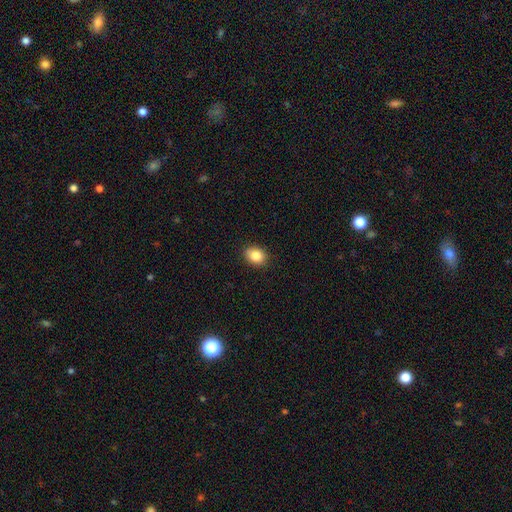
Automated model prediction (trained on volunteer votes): The model was most divided on "how rounded": in between: 58%, round: 41%, cigar-shaped: 1%. More confident: merging — none (87%); smooth or featured — smooth (85%).